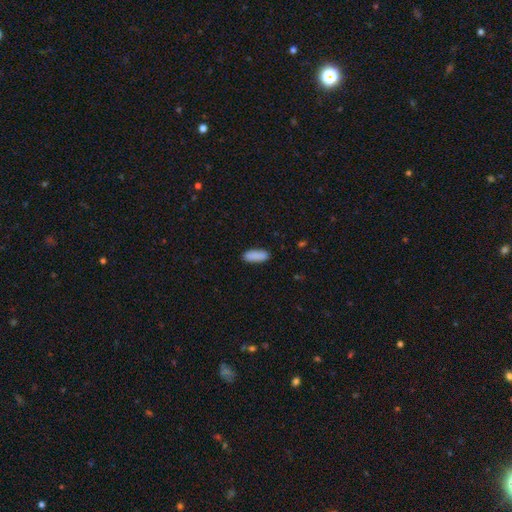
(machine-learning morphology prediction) The model was most divided on "how rounded": in between: 72%, cigar-shaped: 26%, round: 2%. More confident: smooth or featured — smooth (89%); merging — none (88%).